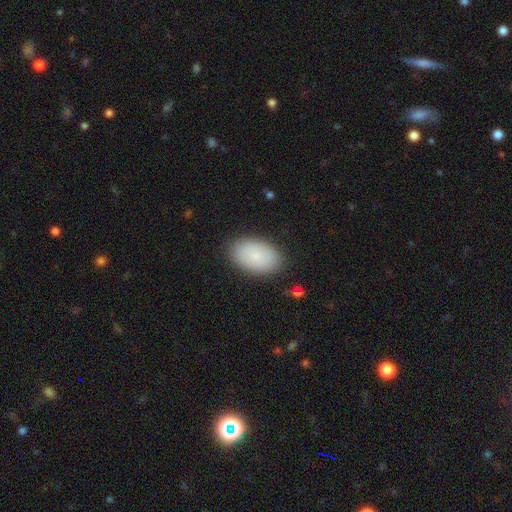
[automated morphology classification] Smooth or featured?
  - smooth: 84% *
  - featured or disk: 9%
  - star or artifact: 7%
How rounded?
  - in between: 92% *
  - round: 7%
  - cigar-shaped: 1%
Merging?
  - none: 87% *
  - minor disturbance: 9%
  - major disturbance: 2%
  - merger: 1%